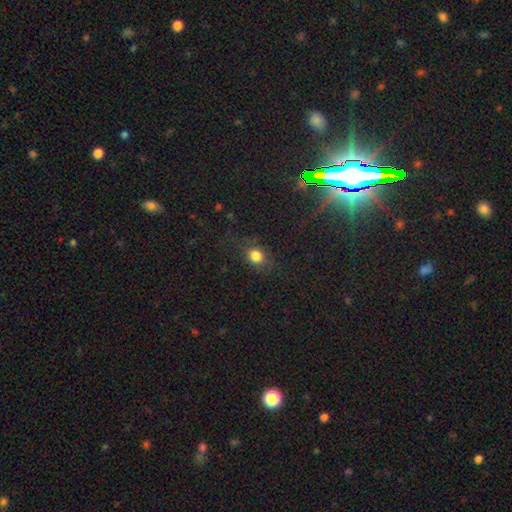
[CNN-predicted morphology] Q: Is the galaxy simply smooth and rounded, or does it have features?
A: smooth — 78%.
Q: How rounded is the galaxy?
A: round — 59%.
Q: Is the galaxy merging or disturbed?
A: none — 76%.